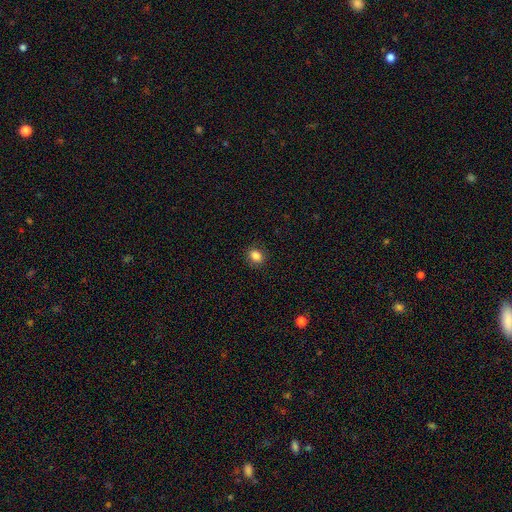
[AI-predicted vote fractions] A smooth galaxy with no disk features (84%) that is round (54%). Merging: none (88%).